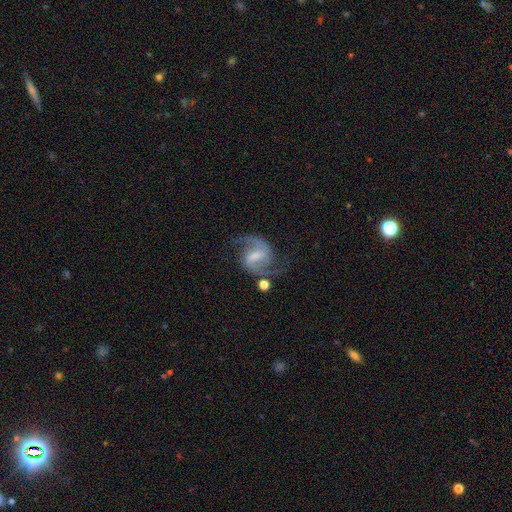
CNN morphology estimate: Q: Smooth or featured?
A: featured or disk (88%); runner-up: star or artifact (6%)
Q: Edge-on disk?
A: no (98%); runner-up: yes (2%)
Q: Bar?
A: weak (48%); runner-up: strong (38%)
Q: Spiral arms?
A: yes (97%); runner-up: no (3%)
Q: Spiral winding?
A: medium (54%); runner-up: loose (35%)
Q: Spiral arm count?
A: 2 (93%); runner-up: can't tell (2%)
Q: Bulge size?
A: small (33%); runner-up: moderate (30%)
Q: Merging?
A: none (73%); runner-up: minor disturbance (14%)